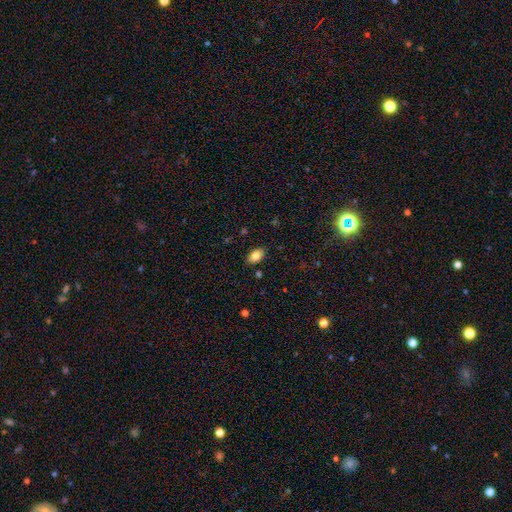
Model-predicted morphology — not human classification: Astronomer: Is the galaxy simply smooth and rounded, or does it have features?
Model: smooth — 83%.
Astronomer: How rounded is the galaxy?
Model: in between — 89%.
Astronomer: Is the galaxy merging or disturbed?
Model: none — 85%.